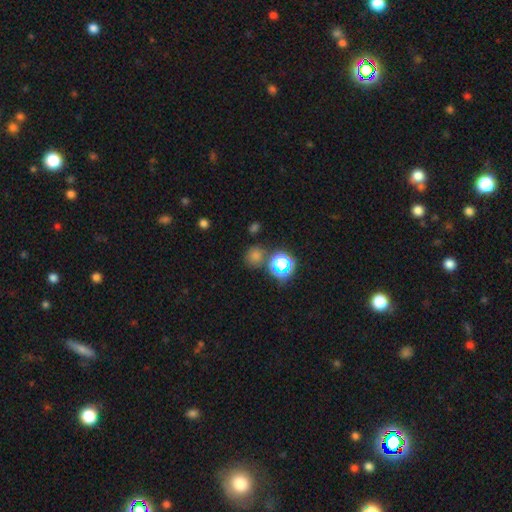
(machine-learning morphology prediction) smooth_or_featured: smooth (p=0.53) [alt: star or artifact p=0.40]
how_rounded: round (p=0.85) [alt: in between p=0.13]
merging: none (p=0.76) [alt: merger p=0.11]